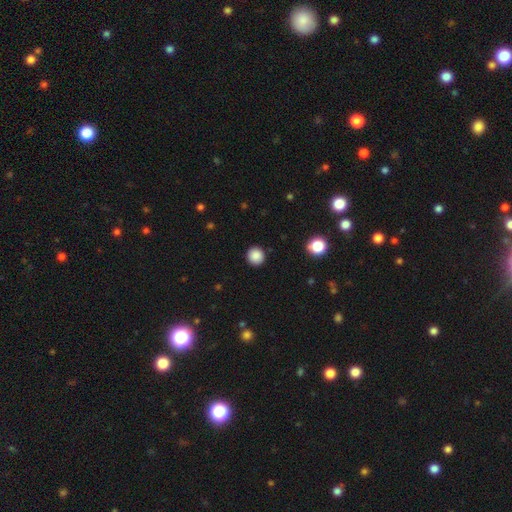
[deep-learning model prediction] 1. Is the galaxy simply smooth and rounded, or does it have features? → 87% smooth, 10% star or artifact, 3% featured or disk.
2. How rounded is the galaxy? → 93% round, 6% in between, 1% cigar-shaped.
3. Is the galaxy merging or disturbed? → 92% none, 5% minor disturbance, 2% major disturbance, 1% merger.